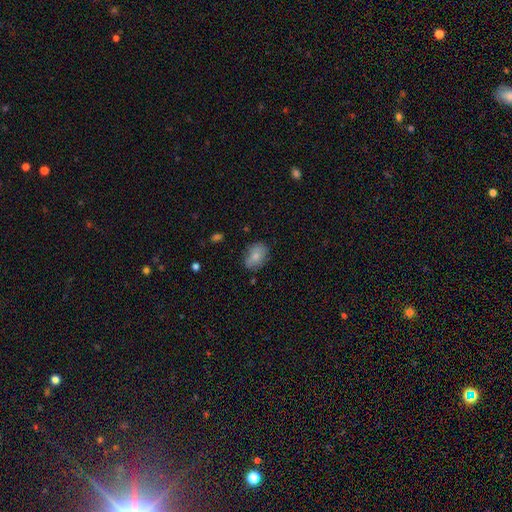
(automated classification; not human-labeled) Smooth or featured? Predicted: smooth (p=0.79). How rounded? Predicted: in between (p=0.77). Merging? Predicted: none (p=0.74).